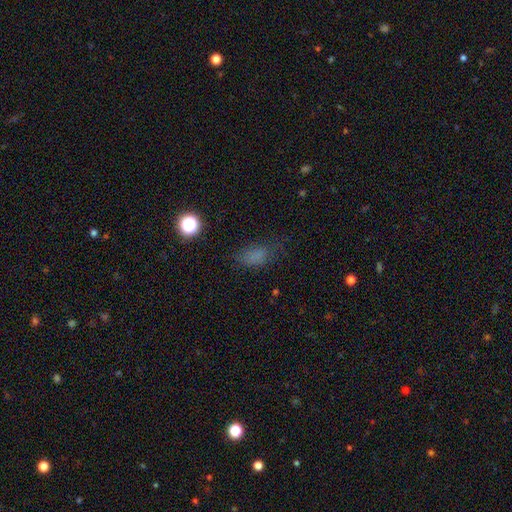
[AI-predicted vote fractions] A smooth galaxy with no disk features (72%) that is in between round and cigar-shaped (83%).

Vote fractions:
- Smooth or featured? smooth: 72% / star or artifact: 18% / featured or disk: 9%
- How rounded? in between: 83% / round: 12% / cigar-shaped: 5%
- Merging? none: 62% / minor disturbance: 23% / major disturbance: 12% / merger: 2%